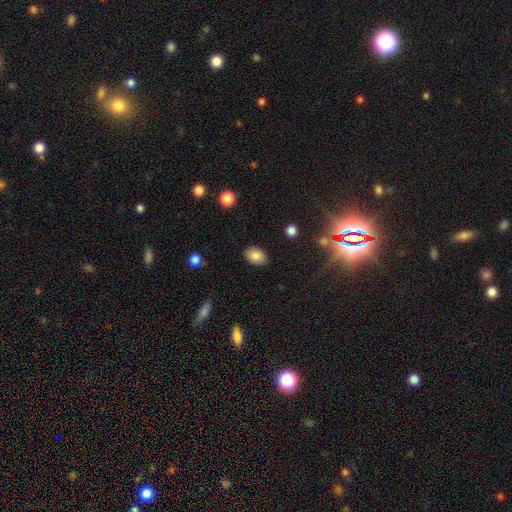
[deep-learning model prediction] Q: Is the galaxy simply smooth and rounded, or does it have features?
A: smooth — 84%.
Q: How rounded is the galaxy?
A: in between — 80%.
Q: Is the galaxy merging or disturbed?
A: none — 88%.